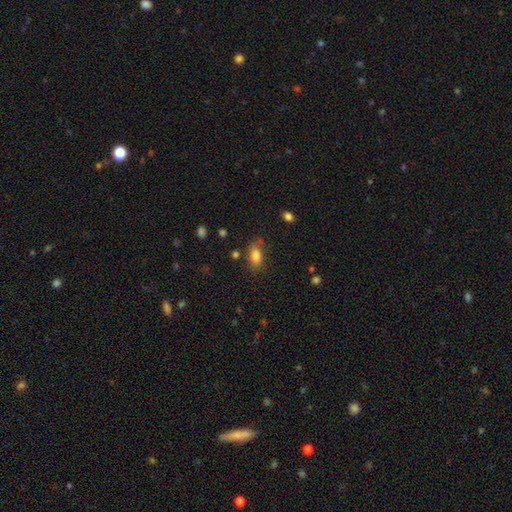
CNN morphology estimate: Smooth or featured?
  - smooth: 81% *
  - featured or disk: 10%
  - star or artifact: 9%
How rounded?
  - in between: 87% *
  - cigar-shaped: 7%
  - round: 6%
Merging?
  - none: 71% *
  - minor disturbance: 20%
  - major disturbance: 6%
  - merger: 4%